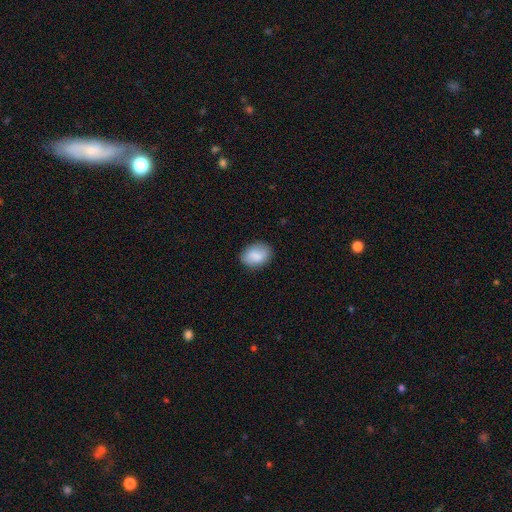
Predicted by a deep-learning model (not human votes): smooth-or-featured: smooth: 86% | featured or disk: 8% | star or artifact: 7%
  how-rounded: in between: 77% | round: 22% | cigar-shaped: 1%
  merging: none: 83% | minor disturbance: 13% | major disturbance: 3% | merger: 1%